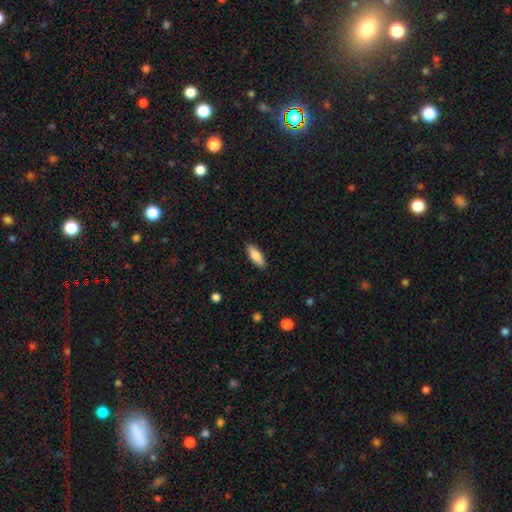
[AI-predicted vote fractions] This appears to be a smooth galaxy with no disk features (80%) that is in between round and cigar-shaped (68%). Merging: none (89%).